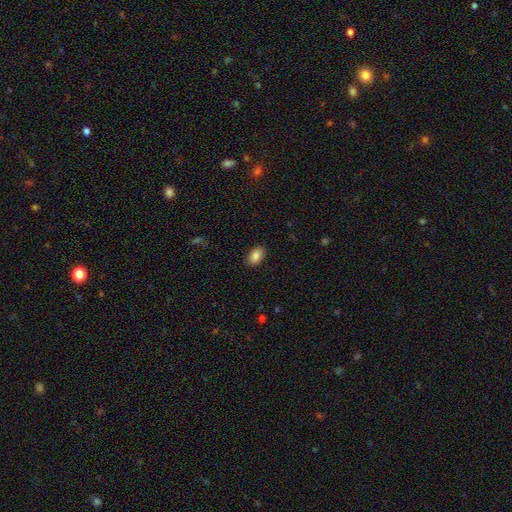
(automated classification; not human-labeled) Q: Smooth or featured?
A: smooth (86%); runner-up: star or artifact (8%)
Q: How rounded?
A: in between (90%); runner-up: round (8%)
Q: Merging?
A: none (88%); runner-up: minor disturbance (8%)